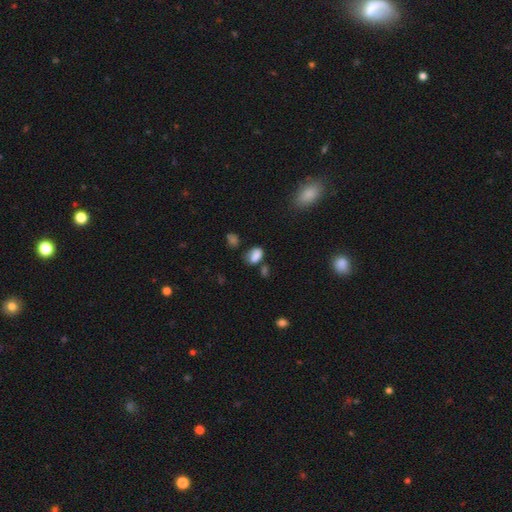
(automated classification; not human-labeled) Smooth or featured? smooth (81%)
How rounded? in between (83%)
Merging? none (50%)